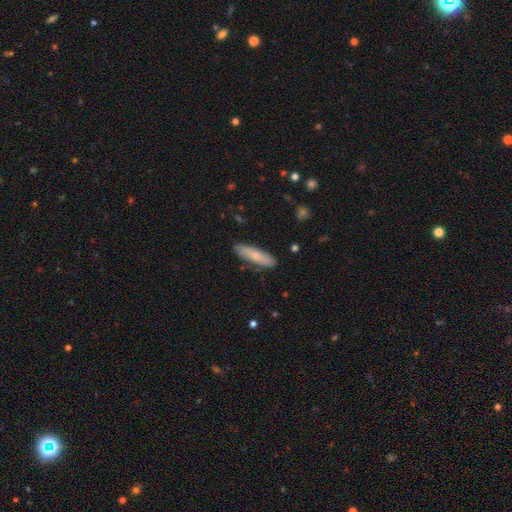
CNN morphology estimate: This appears to be a smooth galaxy with no disk features (70%) that is cigar-shaped (67%). Merging: none (84%).